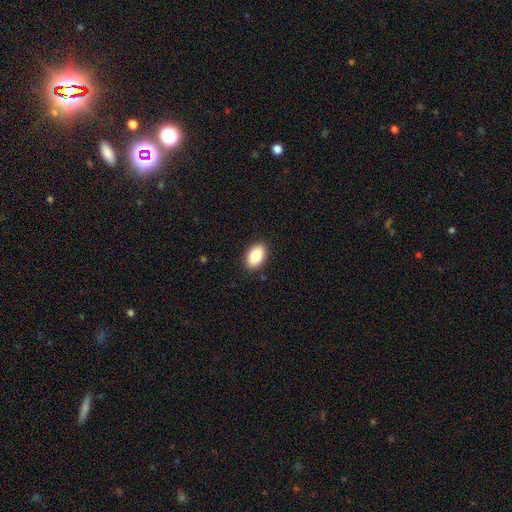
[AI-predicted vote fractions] Smooth or featured: smooth — 86% (star or artifact — 7%)
How rounded: in between — 91% (round — 7%)
Merging: none — 88% (minor disturbance — 9%)